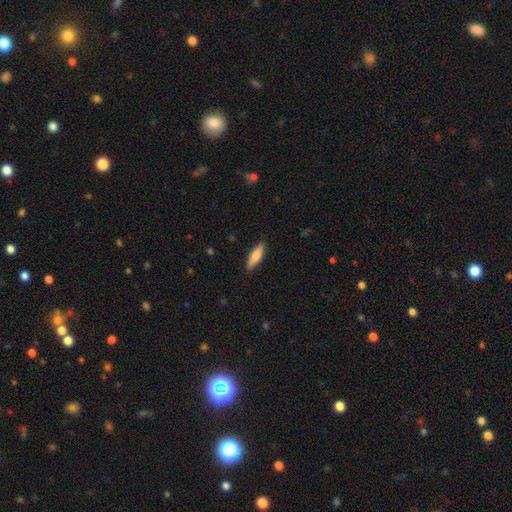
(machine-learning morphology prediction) A smooth galaxy with no disk features (74%) that is cigar-shaped (58%). Merging: none (88%).